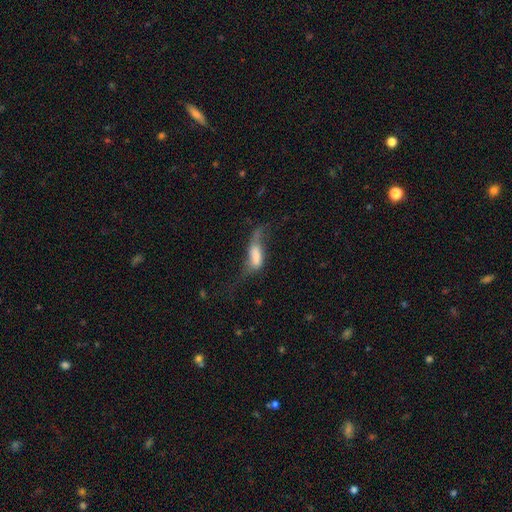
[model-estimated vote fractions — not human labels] This is possibly a smooth galaxy (56%). How rounded: likely in between (70%). Merging: possibly major disturbance (49%).